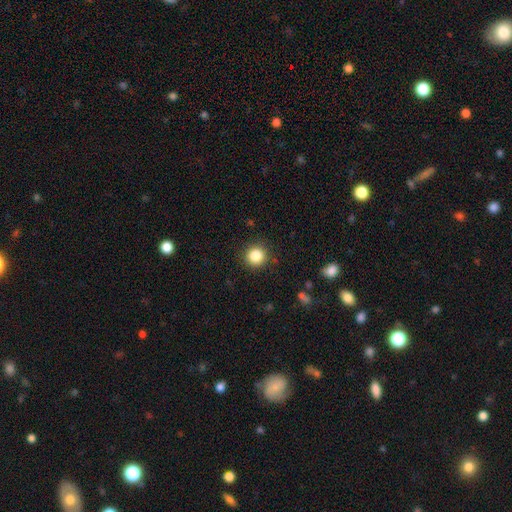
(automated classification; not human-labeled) Smooth or featured: smooth — 86% (star or artifact — 10%)
How rounded: round — 93% (in between — 6%)
Merging: none — 89% (minor disturbance — 7%)